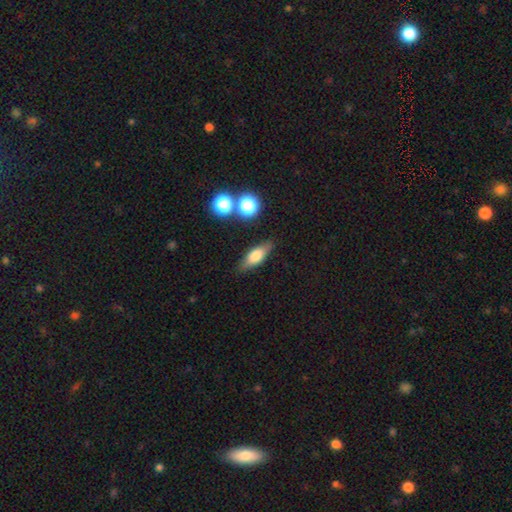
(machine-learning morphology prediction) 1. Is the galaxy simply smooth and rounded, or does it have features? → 63% smooth, 29% featured or disk, 9% star or artifact.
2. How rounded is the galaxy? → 63% in between, 32% cigar-shaped, 6% round.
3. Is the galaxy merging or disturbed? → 82% none, 11% minor disturbance, 3% merger, 3% major disturbance.